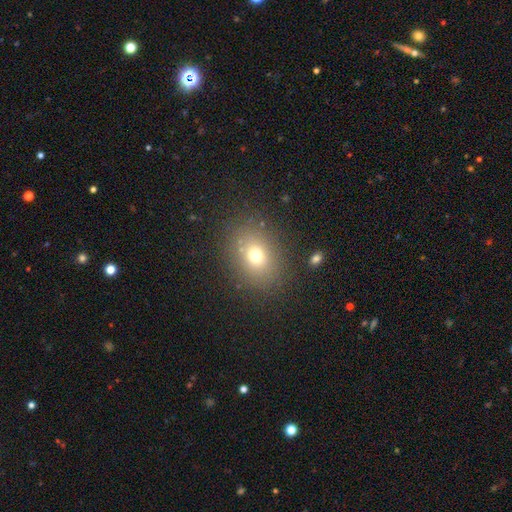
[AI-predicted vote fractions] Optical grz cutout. It shows a smooth galaxy with no disk features (71%) that is in between round and cigar-shaped (51%). Merging: none (83%).